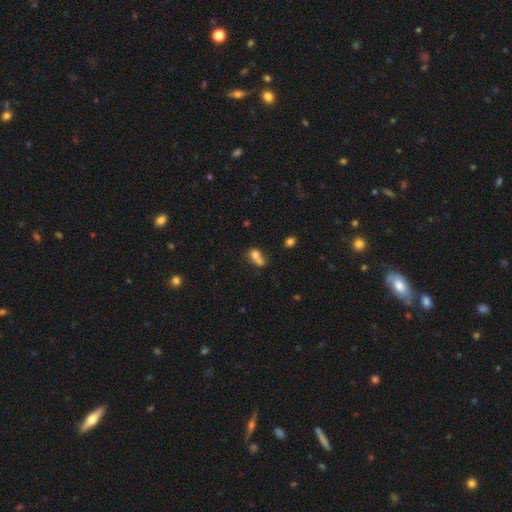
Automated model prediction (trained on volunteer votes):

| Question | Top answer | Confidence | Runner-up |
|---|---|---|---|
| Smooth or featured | smooth | 72% | featured or disk (16%) |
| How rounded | round | 52% | in between (45%) |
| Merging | merger | 61% | none (24%) |